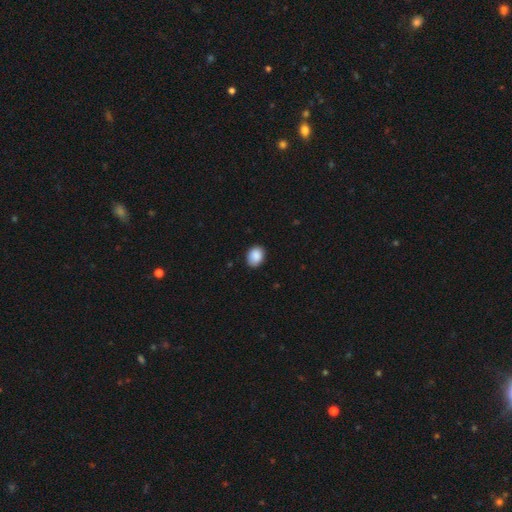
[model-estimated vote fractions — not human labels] A smooth galaxy with no disk features (90%) that is in between round and cigar-shaped (66%). Merging: none (86%).